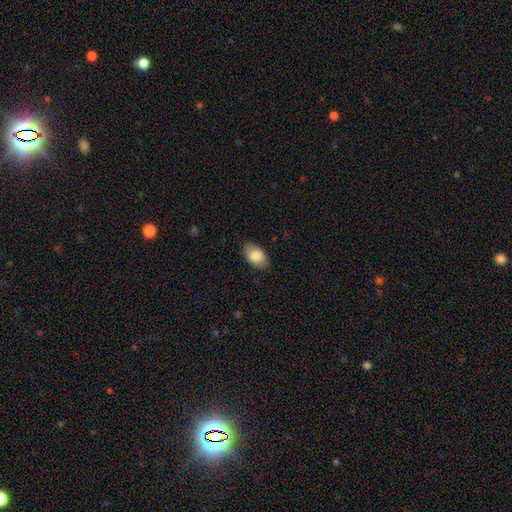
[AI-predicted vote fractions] smooth_or_featured: smooth (p=0.85) [alt: featured or disk p=0.08]
how_rounded: in between (p=0.92) [alt: round p=0.07]
merging: none (p=0.85) [alt: minor disturbance p=0.11]